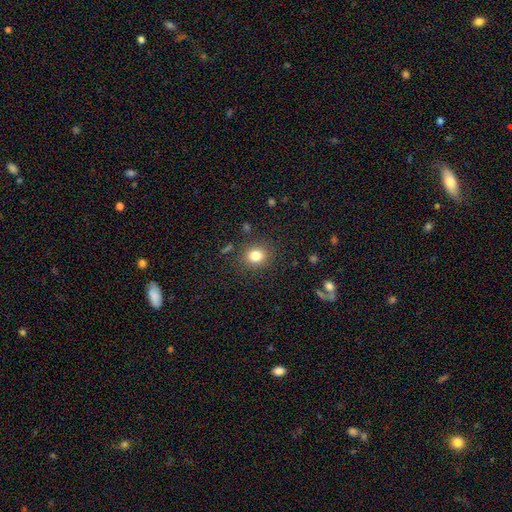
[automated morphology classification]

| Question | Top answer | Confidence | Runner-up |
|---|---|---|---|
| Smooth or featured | smooth | 81% | star or artifact (12%) |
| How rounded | round | 73% | in between (26%) |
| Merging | none | 86% | minor disturbance (9%) |